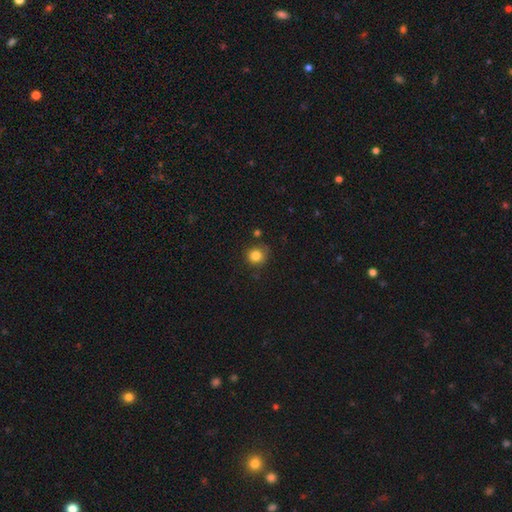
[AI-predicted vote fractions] A smooth galaxy with no disk features (83%) that is round (89%). Merging: none (78%).